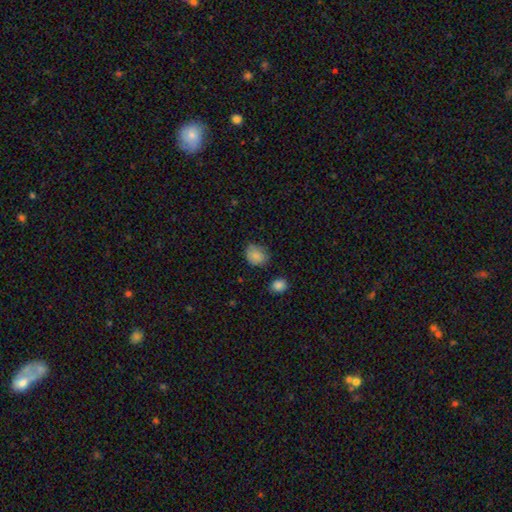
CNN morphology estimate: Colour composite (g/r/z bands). It shows a smooth galaxy with no disk features (84%) that is round (55%). Merging: none (67%).